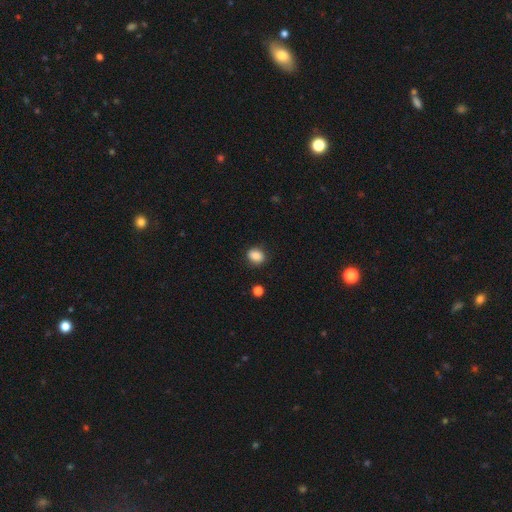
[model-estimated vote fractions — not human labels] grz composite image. It shows a smooth galaxy with no disk features (85%) that is round (58%). Merging: none (85%).